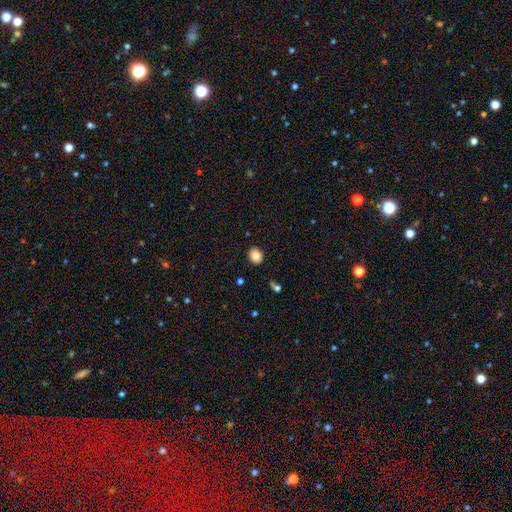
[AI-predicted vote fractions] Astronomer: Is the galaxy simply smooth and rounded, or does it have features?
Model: smooth — 84%.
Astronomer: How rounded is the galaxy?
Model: round — 53% (runner-up: in between, 46%).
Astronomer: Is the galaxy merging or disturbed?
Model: none — 89%.